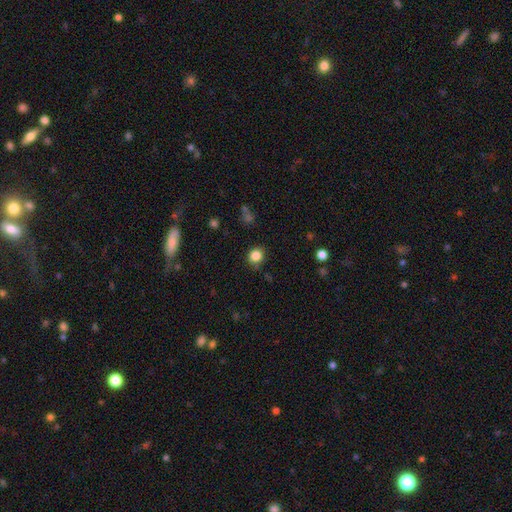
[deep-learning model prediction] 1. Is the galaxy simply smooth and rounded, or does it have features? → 84% smooth, 12% star or artifact, 4% featured or disk.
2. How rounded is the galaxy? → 77% round, 22% in between, 1% cigar-shaped.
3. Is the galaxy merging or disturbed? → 82% none, 12% minor disturbance, 3% major disturbance, 3% merger.